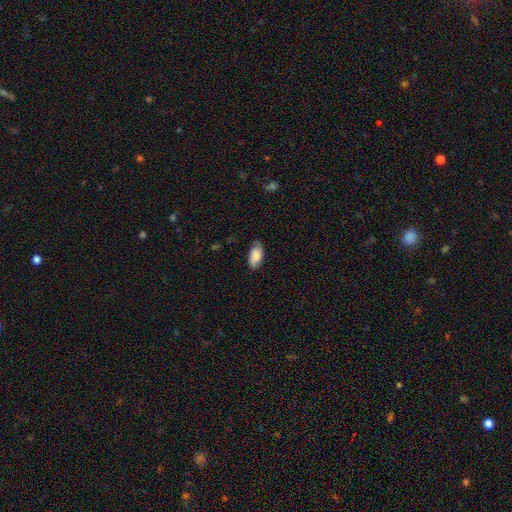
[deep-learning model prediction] smooth_or_featured: smooth (p=0.79) [alt: featured or disk p=0.14]
how_rounded: in between (p=0.93) [alt: cigar-shaped p=0.04]
merging: none (p=0.81) [alt: minor disturbance p=0.15]